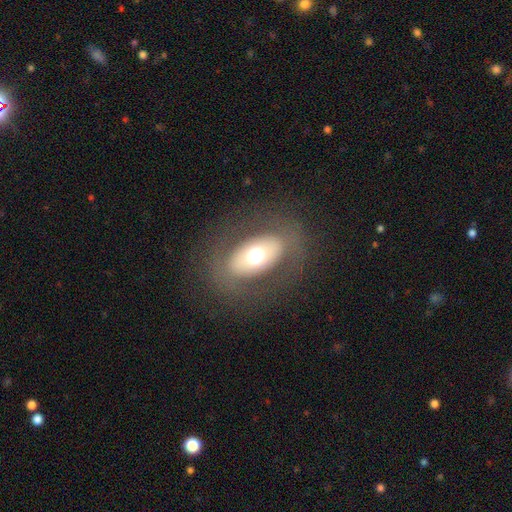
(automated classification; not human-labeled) Smooth or featured? smooth (54%)
How rounded? in between (82%)
Merging? none (81%)